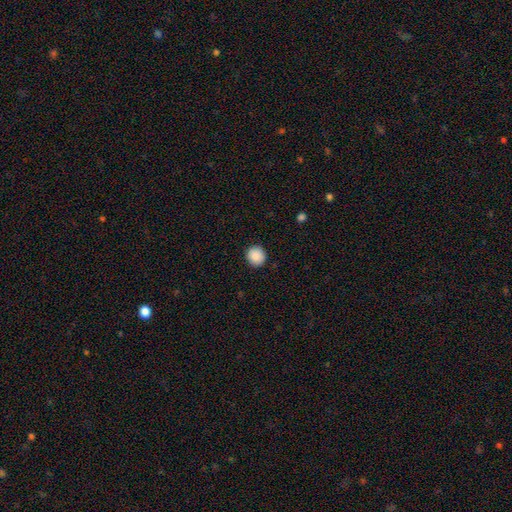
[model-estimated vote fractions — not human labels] smooth-or-featured: smooth: 90% | star or artifact: 8% | featured or disk: 3%
  how-rounded: round: 90% | in between: 9% | cigar-shaped: 1%
  merging: none: 91% | minor disturbance: 6% | major disturbance: 2% | merger: 1%